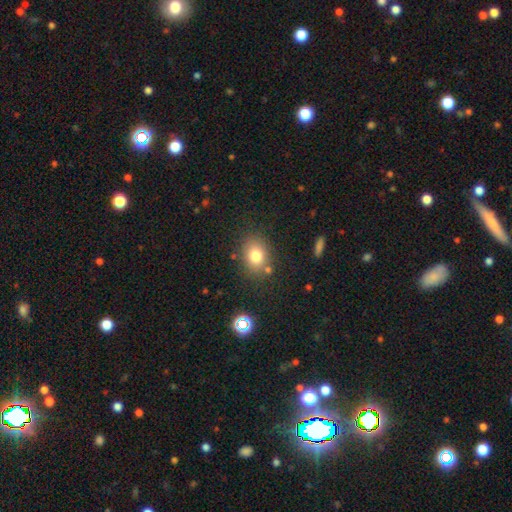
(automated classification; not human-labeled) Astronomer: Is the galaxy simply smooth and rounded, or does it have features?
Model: smooth — 78%.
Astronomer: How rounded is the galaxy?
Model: in between — 59% (runner-up: round, 40%).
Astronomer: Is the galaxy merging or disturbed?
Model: none — 78%.